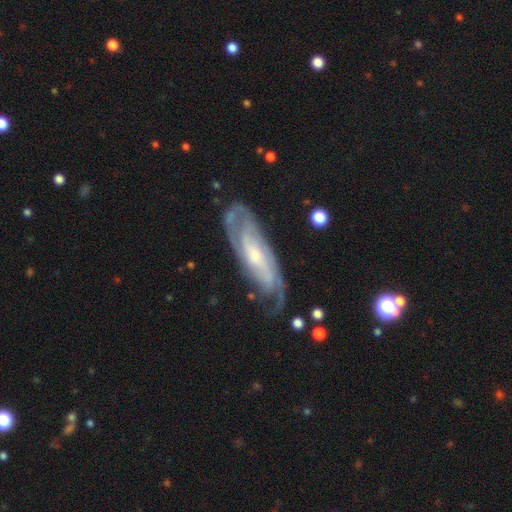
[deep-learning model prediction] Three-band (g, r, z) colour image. It shows a featured or disk galaxy (84%) with no bar (52%), 2 (40%) tight (52%) spiral arms (95%) and a small central bulge (54%). Merging: none (68%).